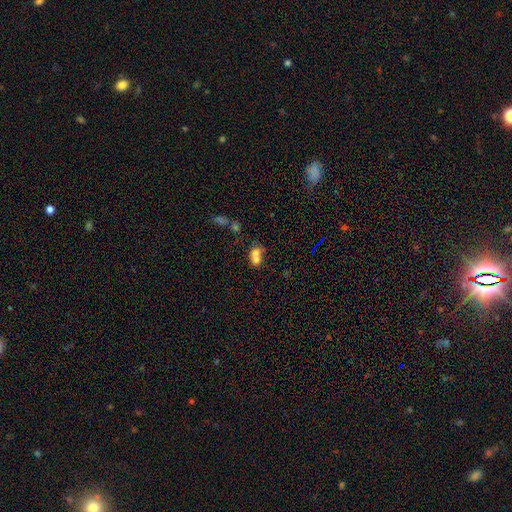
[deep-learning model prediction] smooth 68%, featured or disk 20%, star or artifact 12%. Down the decision tree: how rounded — round (53%); merging — merger (70%).